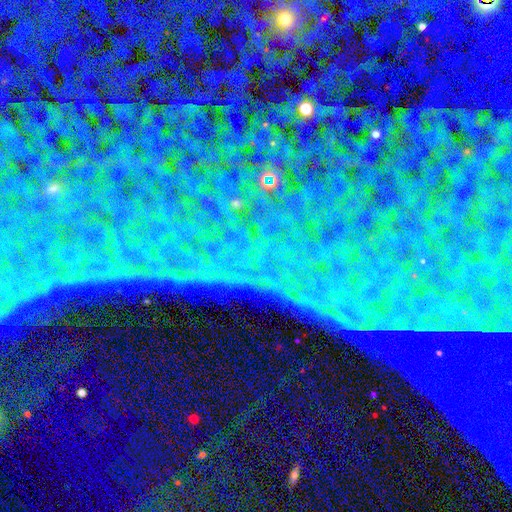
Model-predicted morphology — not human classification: smooth-or-featured: star or artifact: 88% | featured or disk: 6% | smooth: 6%